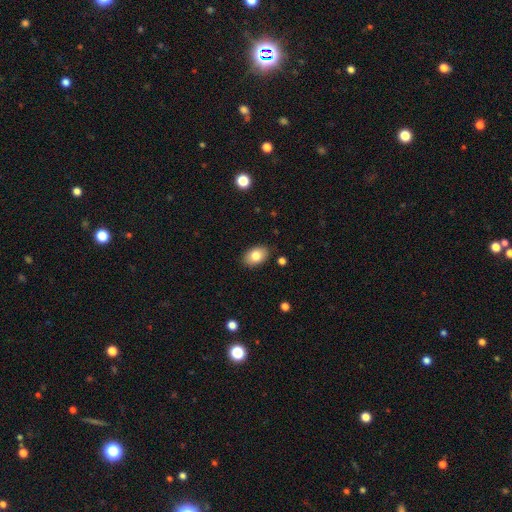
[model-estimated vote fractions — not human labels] smooth_or_featured: smooth (p=0.81) [alt: featured or disk p=0.11]
how_rounded: in between (p=0.85) [alt: round p=0.14]
merging: none (p=0.87) [alt: minor disturbance p=0.10]